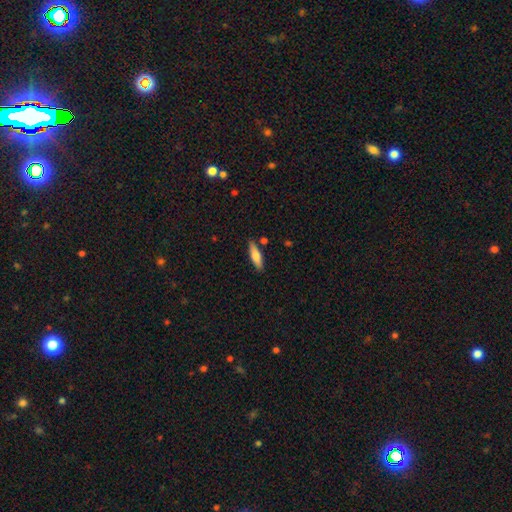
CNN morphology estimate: A smooth galaxy with no disk features (70%) that is cigar-shaped (62%).

Vote fractions:
- Smooth or featured? smooth: 70% / featured or disk: 24% / star or artifact: 6%
- How rounded? cigar-shaped: 62% / in between: 36% / round: 2%
- Merging? none: 83% / minor disturbance: 11% / merger: 4% / major disturbance: 2%